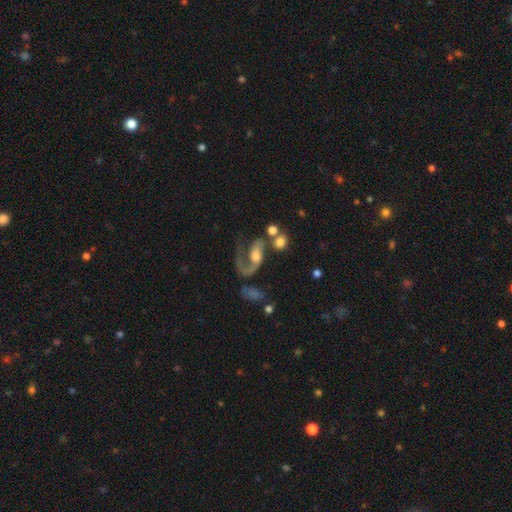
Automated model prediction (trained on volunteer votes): smooth_or_featured: featured or disk (p=0.75) [alt: smooth p=0.17]
disk_edge_on: no (p=0.96) [alt: yes p=0.04]
bar: no (p=0.55) [alt: weak p=0.32]
has_spiral_arms: yes (p=0.88) [alt: no p=0.12]
spiral_winding: loose (p=0.57) [alt: medium p=0.32]
spiral_arm_count: 1 (p=0.62) [alt: 2 p=0.32]
bulge_size: moderate (p=0.53) [alt: small p=0.23]
merging: major disturbance (p=0.41) [alt: none p=0.30]